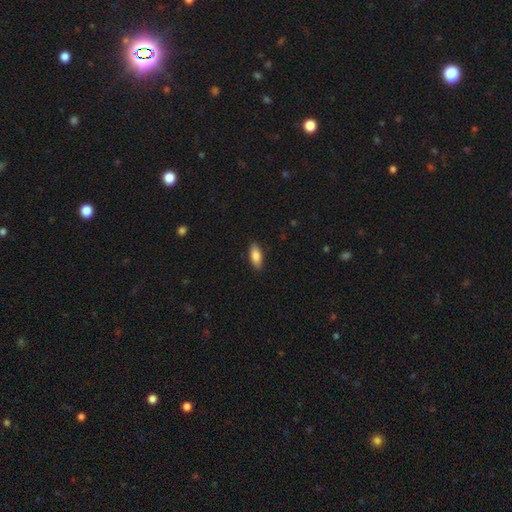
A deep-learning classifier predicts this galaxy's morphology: This appears to be a smooth galaxy with no disk features (86%) that is in between round and cigar-shaped (83%). Merging: none (87%).